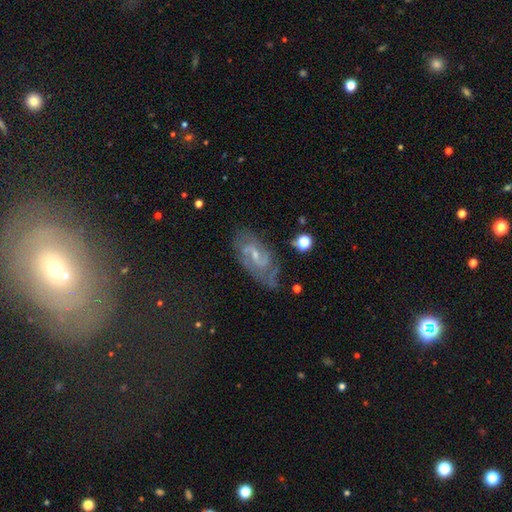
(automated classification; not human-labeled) Smooth or featured?
  - featured or disk: 80% *
  - smooth: 10%
  - star or artifact: 9%
Edge-on disk?
  - no: 95% *
  - yes: 5%
Bar?
  - weak: 56% *
  - no: 29%
  - strong: 15%
Spiral arms?
  - yes: 94% *
  - no: 6%
Spiral winding?
  - medium: 46% *
  - tight: 38%
  - loose: 16%
Spiral arm count?
  - 2: 66% *
  - can't tell: 17%
  - 3: 8%
  - 1: 4%
  - 4: 3%
  - more than 4: 3%
Bulge size?
  - small: 68% *
  - moderate: 24%
  - none: 6%
  - large: 1%
  - dominant: 1%
Merging?
  - none: 63% *
  - minor disturbance: 23%
  - major disturbance: 11%
  - merger: 3%